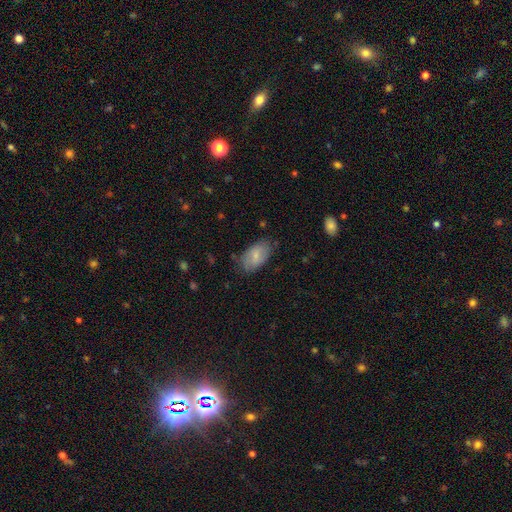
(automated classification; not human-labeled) Smooth or featured: smooth — 74% (featured or disk — 19%)
How rounded: in between — 94% (round — 4%)
Merging: none — 71% (minor disturbance — 22%)